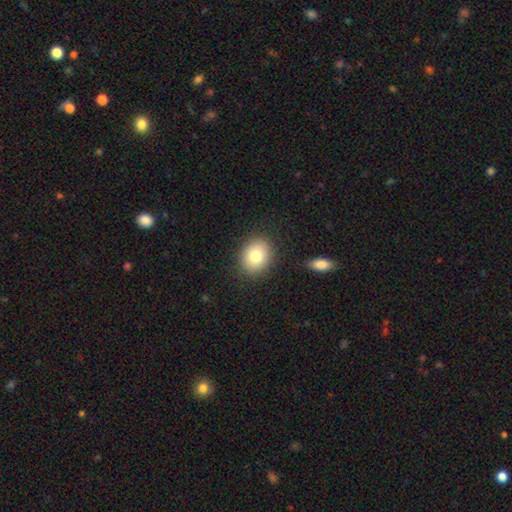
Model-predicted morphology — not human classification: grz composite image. It shows a smooth galaxy with no disk features (80%) that is round (54%). Merging: none (87%).